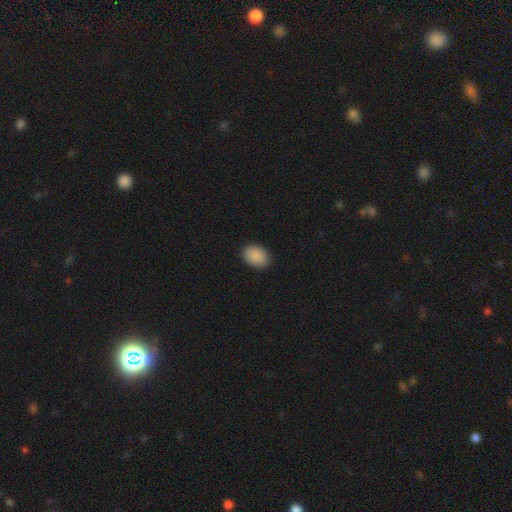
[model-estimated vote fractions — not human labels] Smooth or featured?
  - smooth: 90% *
  - star or artifact: 8%
  - featured or disk: 3%
How rounded?
  - in between: 72% *
  - round: 27%
  - cigar-shaped: 1%
Merging?
  - none: 88% *
  - minor disturbance: 9%
  - major disturbance: 2%
  - merger: 1%